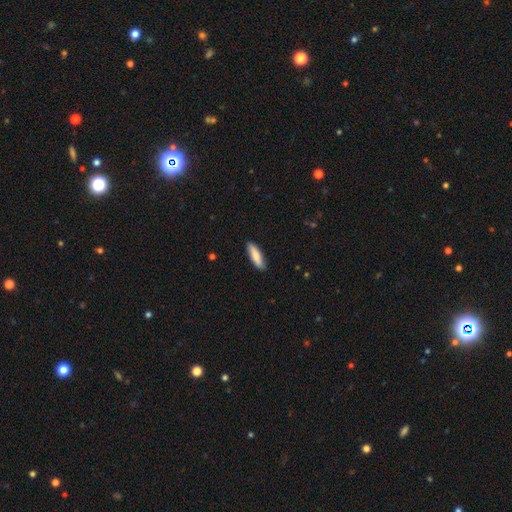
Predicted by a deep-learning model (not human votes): Q: Smooth or featured?
A: smooth (82%); runner-up: featured or disk (12%)
Q: How rounded?
A: cigar-shaped (63%); runner-up: in between (36%)
Q: Merging?
A: none (88%); runner-up: minor disturbance (9%)